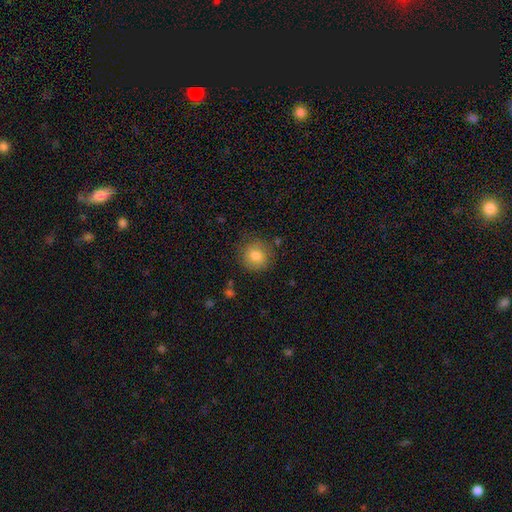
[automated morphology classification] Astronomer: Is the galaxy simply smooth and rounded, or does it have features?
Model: smooth — 82%.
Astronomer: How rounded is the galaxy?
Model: round — 90%.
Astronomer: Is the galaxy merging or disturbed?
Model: none — 83%.